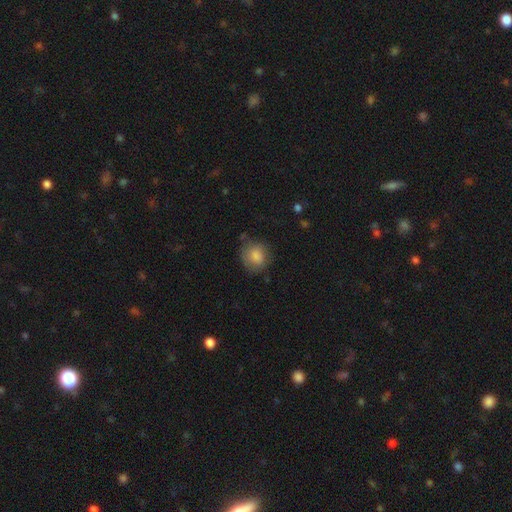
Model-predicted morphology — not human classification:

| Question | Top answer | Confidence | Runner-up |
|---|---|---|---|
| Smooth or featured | smooth | 82% | featured or disk (10%) |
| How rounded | round | 78% | in between (21%) |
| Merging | none | 70% | minor disturbance (21%) |